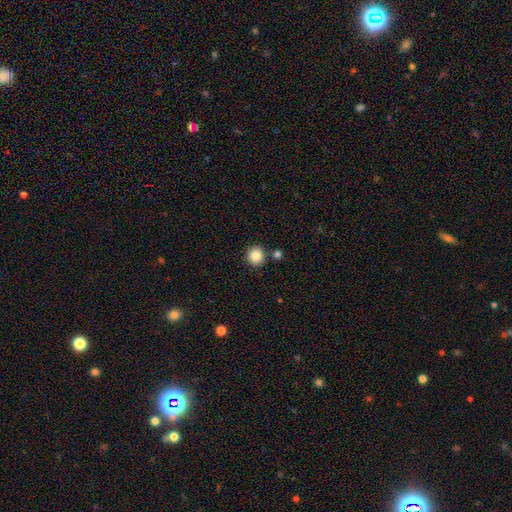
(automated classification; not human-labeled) A smooth galaxy with no disk features (86%) that is round (92%). Merging: none (85%).